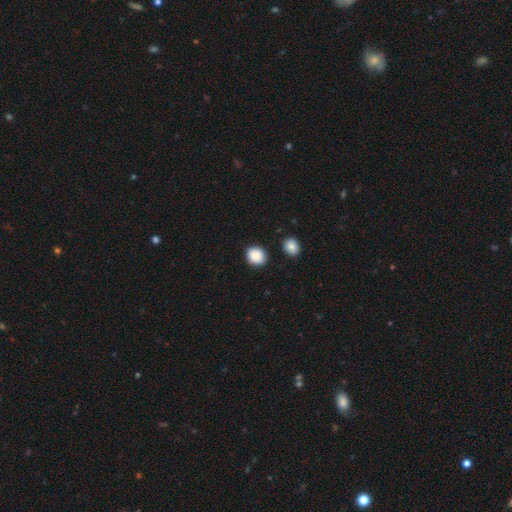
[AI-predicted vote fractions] A smooth galaxy with no disk features (89%) that is round (76%).

Vote fractions:
- Smooth or featured? smooth: 89% / star or artifact: 8% / featured or disk: 3%
- How rounded? round: 76% / in between: 23% / cigar-shaped: 1%
- Merging? none: 85% / minor disturbance: 9% / merger: 3% / major disturbance: 2%